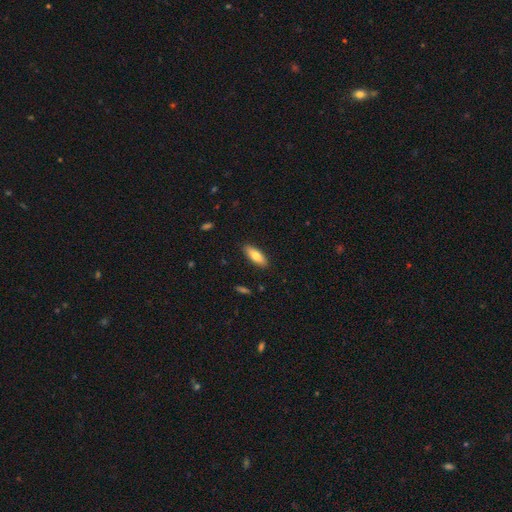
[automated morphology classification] smooth 76%, featured or disk 18%, star or artifact 6%. Down the decision tree: how rounded — in between (69%); merging — none (89%).